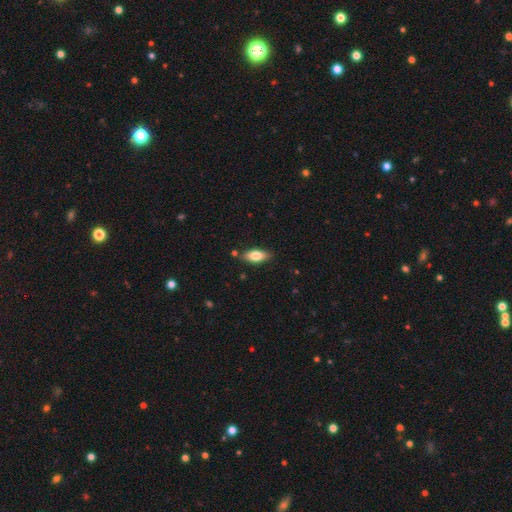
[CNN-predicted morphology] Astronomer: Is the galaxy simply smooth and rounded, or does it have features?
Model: smooth — 75%.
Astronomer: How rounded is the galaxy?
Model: in between — 81%.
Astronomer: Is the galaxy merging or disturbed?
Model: none — 81%.